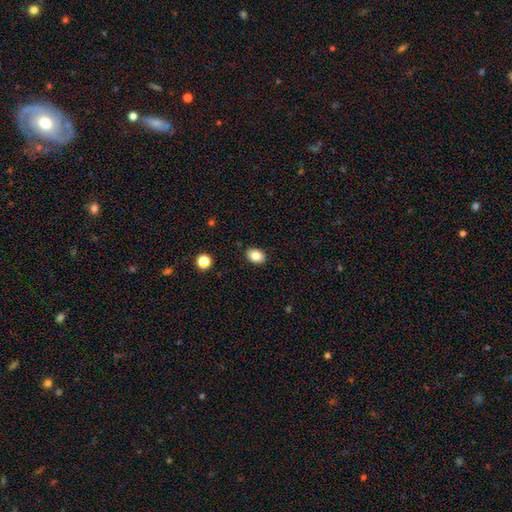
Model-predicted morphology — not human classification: smooth 85%, star or artifact 9%, featured or disk 6%. Down the decision tree: how rounded — in between (71%); merging — none (89%).